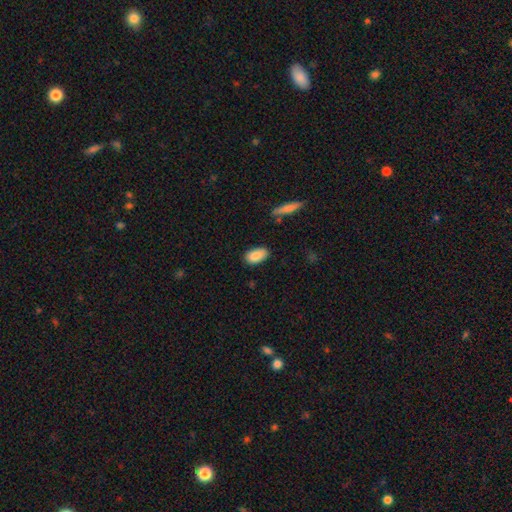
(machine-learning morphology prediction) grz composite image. It shows a smooth galaxy with no disk features (87%) that is in between round and cigar-shaped (93%). Merging: none (82%).